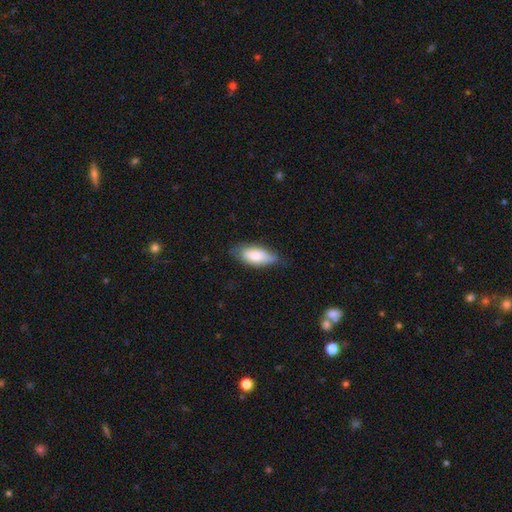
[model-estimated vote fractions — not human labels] smooth-or-featured: smooth: 76% | featured or disk: 18% | star or artifact: 6%
  how-rounded: in between: 85% | cigar-shaped: 12% | round: 2%
  merging: none: 66% | minor disturbance: 28% | major disturbance: 5% | merger: 1%